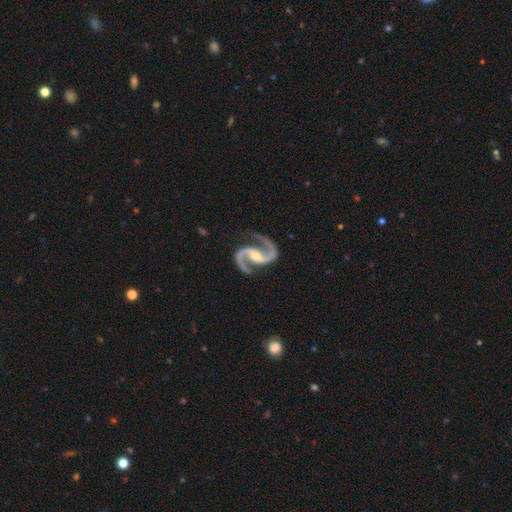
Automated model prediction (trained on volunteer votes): Smooth or featured: featured or disk — 95% (star or artifact — 3%)
Edge-on disk: no — 98% (yes — 2%)
Bar: weak — 36% (no — 32%)
Spiral arms: yes — 99% (no — 1%)
Spiral winding: medium — 67% (loose — 20%)
Spiral arm count: 2 — 95% (3 — 1%)
Bulge size: moderate — 53% (small — 38%)
Merging: none — 80% (minor disturbance — 13%)